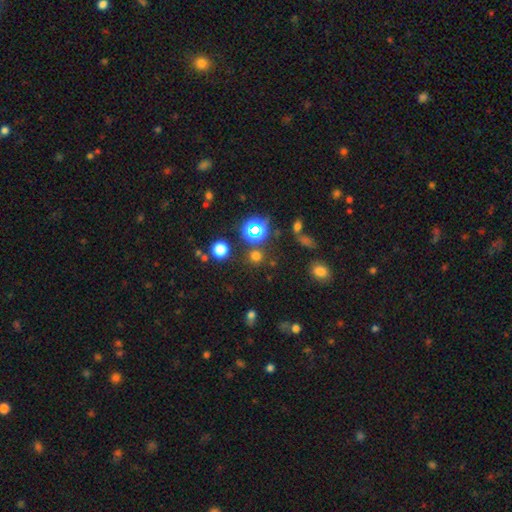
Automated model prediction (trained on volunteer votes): Smooth or featured: smooth — 59% (star or artifact — 35%)
How rounded: round — 89% (in between — 9%)
Merging: none — 80% (minor disturbance — 8%)